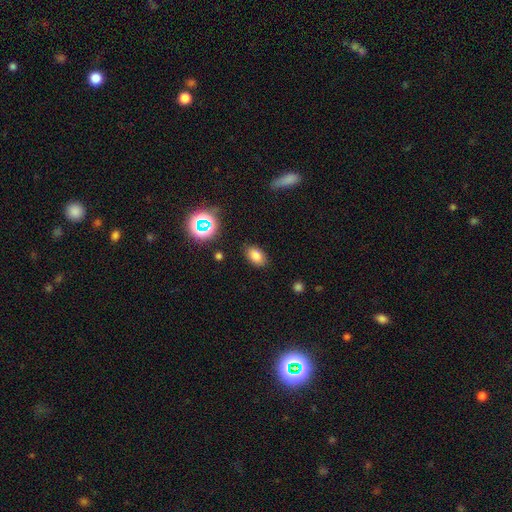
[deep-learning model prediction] Smooth or featured? smooth (78%)
How rounded? in between (87%)
Merging? none (85%)